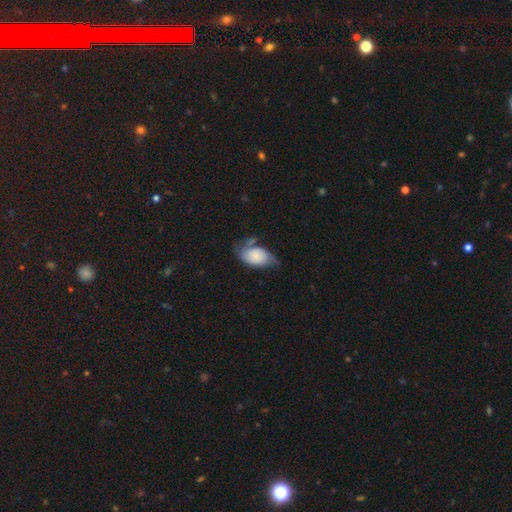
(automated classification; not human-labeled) The model was most divided on "merging" (2-way tie): none: 38%, minor disturbance: 38%, major disturbance: 16%, merger: 9%. More confident: how rounded — in between (92%); smooth or featured — smooth (64%).